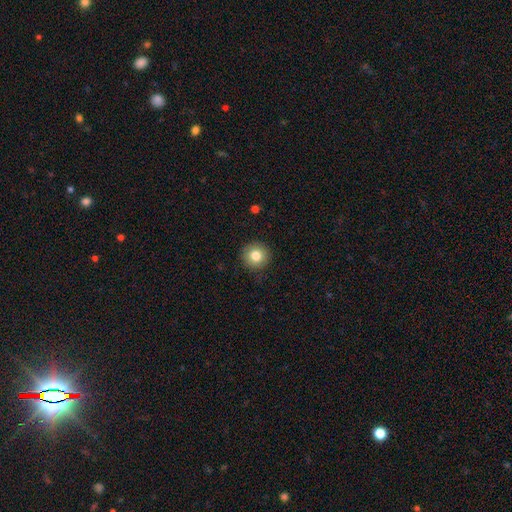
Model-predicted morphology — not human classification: A smooth galaxy with no disk features (81%) that is round (94%). Merging: none (91%).